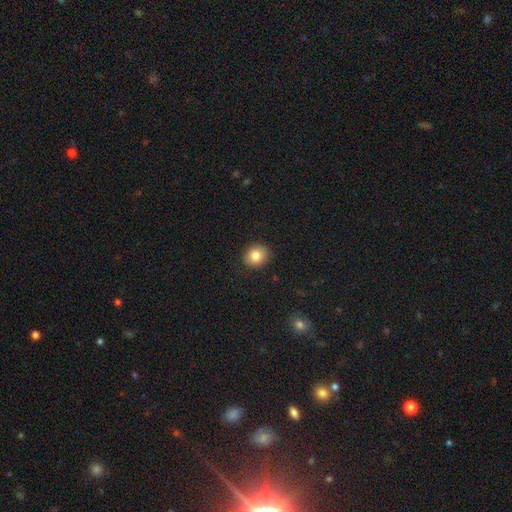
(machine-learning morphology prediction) Smooth or featured?
  - smooth: 83% *
  - star or artifact: 9%
  - featured or disk: 7%
How rounded?
  - round: 78% *
  - in between: 21%
  - cigar-shaped: 1%
Merging?
  - none: 90% *
  - minor disturbance: 7%
  - major disturbance: 2%
  - merger: 1%